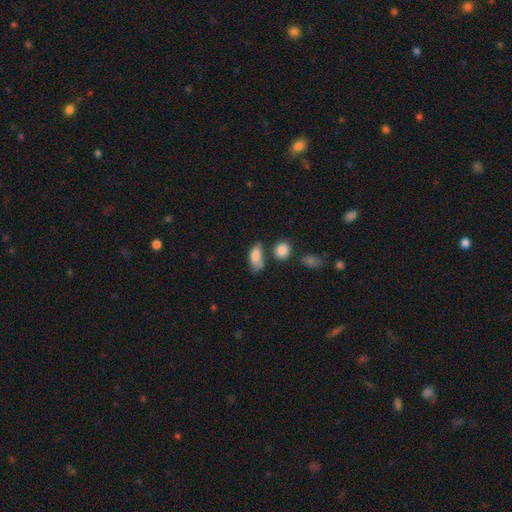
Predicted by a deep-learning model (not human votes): smooth 80%, featured or disk 12%, star or artifact 8%. Down the decision tree: how rounded — in between (85%); merging — none (45%).